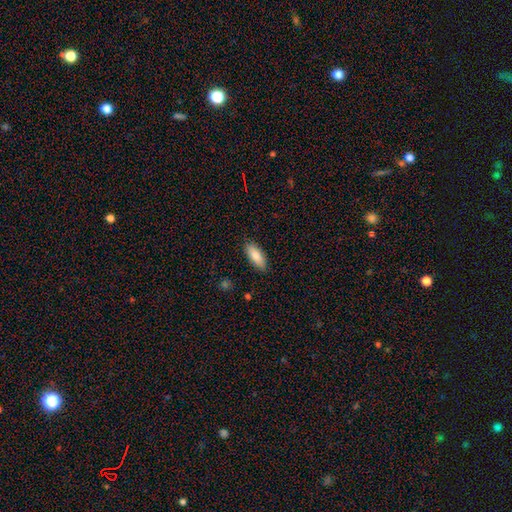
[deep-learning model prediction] Smooth or featured?
  - smooth: 86% *
  - featured or disk: 7%
  - star or artifact: 6%
How rounded?
  - in between: 76% *
  - cigar-shaped: 22%
  - round: 2%
Merging?
  - none: 87% *
  - minor disturbance: 10%
  - major disturbance: 2%
  - merger: 1%